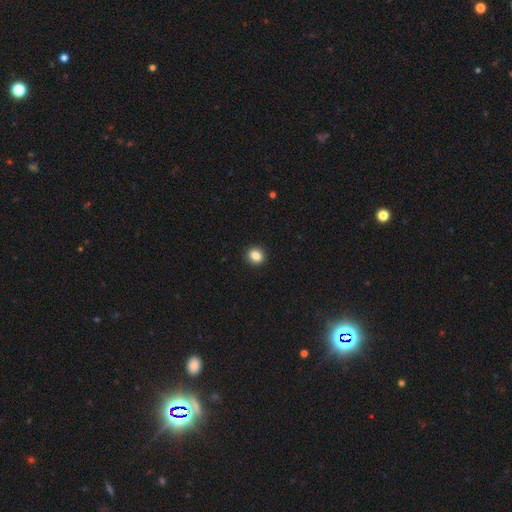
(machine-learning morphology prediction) A smooth galaxy with no disk features (85%) that is round (62%).

Vote fractions:
- Smooth or featured? smooth: 85% / star or artifact: 10% / featured or disk: 5%
- How rounded? round: 62% / in between: 37% / cigar-shaped: 1%
- Merging? none: 91% / minor disturbance: 6% / major disturbance: 2% / merger: 1%